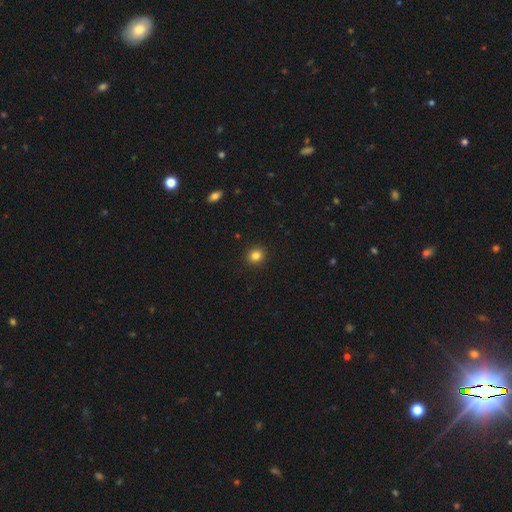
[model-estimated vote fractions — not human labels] smooth 84%, star or artifact 12%, featured or disk 5%. Down the decision tree: how rounded — round (87%); merging — none (92%).